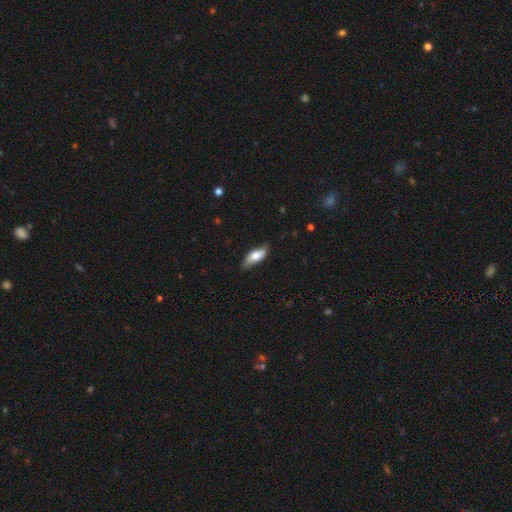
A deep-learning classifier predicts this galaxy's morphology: type=smooth (75%); roundness=in between (71%); merging=none (73%).